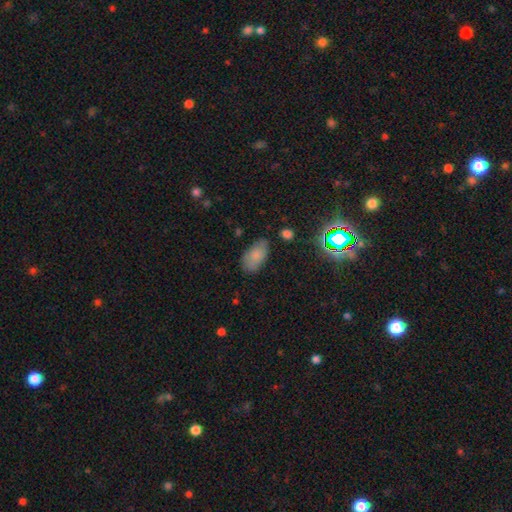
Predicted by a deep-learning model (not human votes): smooth-or-featured: smooth: 79% | star or artifact: 11% | featured or disk: 10%
  how-rounded: in between: 93% | round: 4% | cigar-shaped: 2%
  merging: none: 73% | minor disturbance: 20% | major disturbance: 5% | merger: 3%